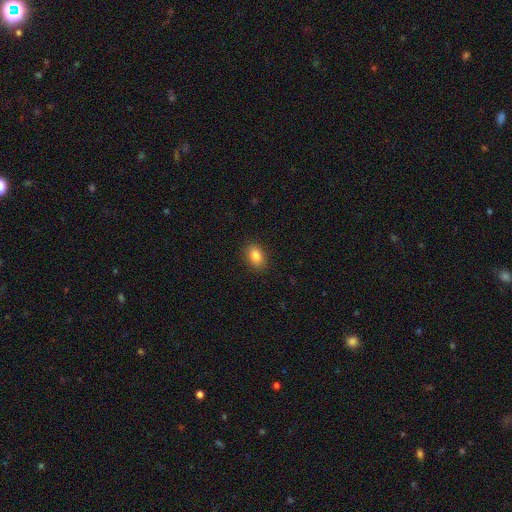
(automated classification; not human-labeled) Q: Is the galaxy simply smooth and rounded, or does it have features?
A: smooth — 86%.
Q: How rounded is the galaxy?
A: in between — 86%.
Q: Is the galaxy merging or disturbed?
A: none — 89%.